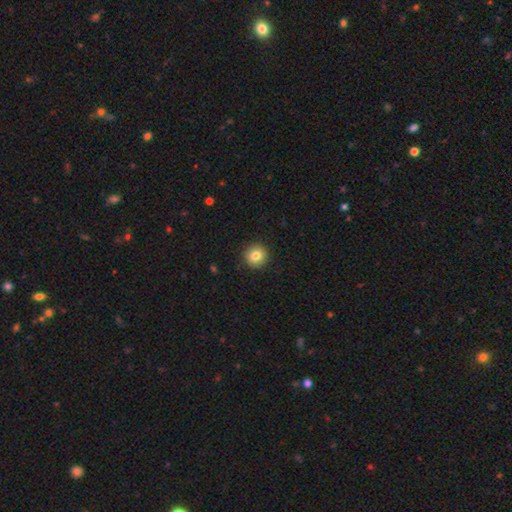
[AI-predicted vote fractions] Overall: smooth (82%). How rounded: round (93%). Merging: none (92%).